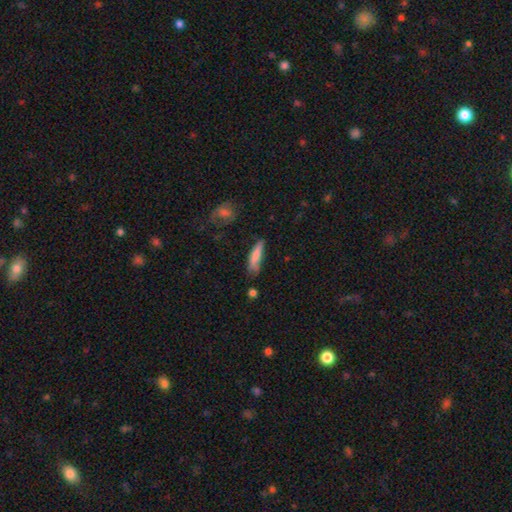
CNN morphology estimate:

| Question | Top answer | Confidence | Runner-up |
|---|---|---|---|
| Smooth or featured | smooth | 77% | featured or disk (17%) |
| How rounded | cigar-shaped | 73% | in between (25%) |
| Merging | none | 60% | minor disturbance (28%) |